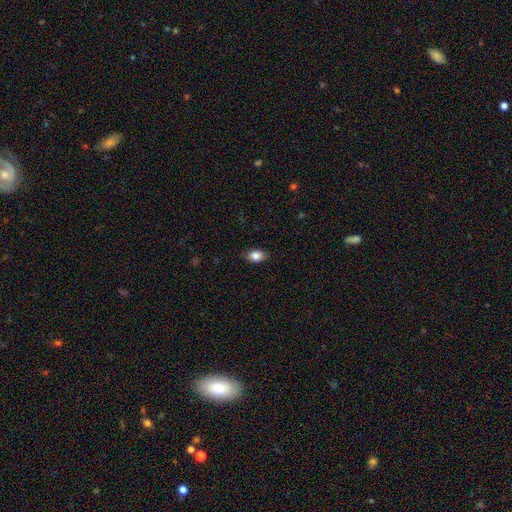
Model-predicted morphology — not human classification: type=smooth (84%); roundness=in between (85%); merging=none (87%).